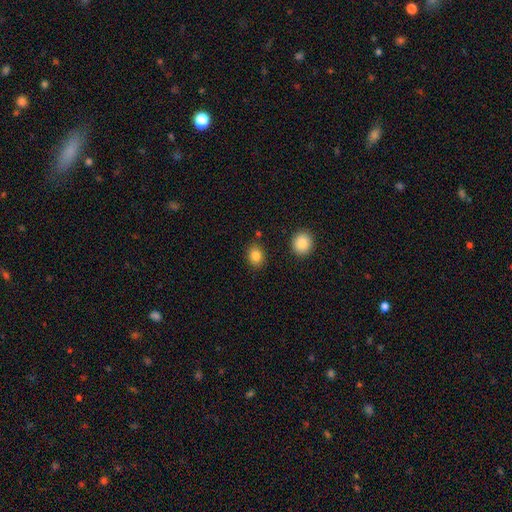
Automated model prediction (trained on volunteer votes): Morphology: type=smooth (84%); roundness=round (52%); merging=none (83%).